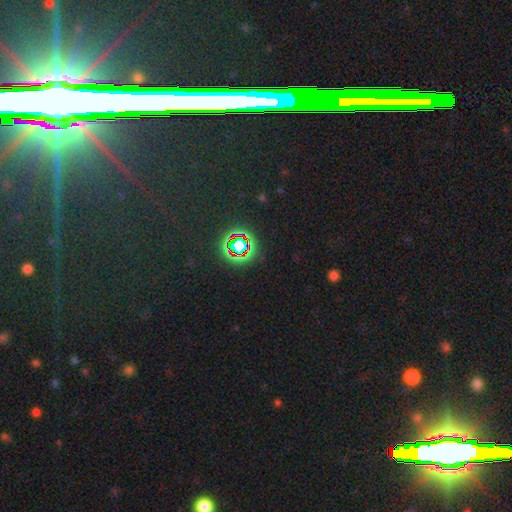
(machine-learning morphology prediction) Smooth or featured? Predicted: star or artifact (p=0.72).